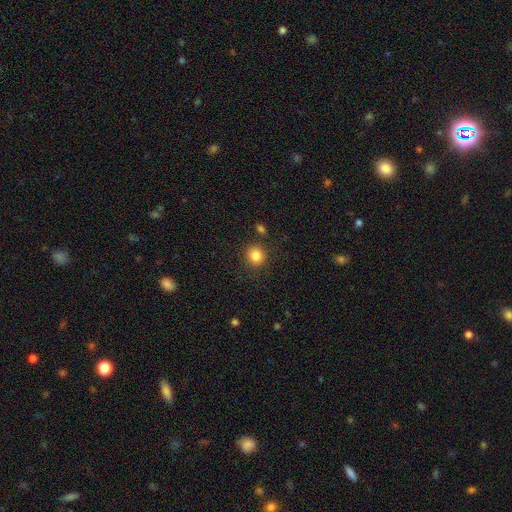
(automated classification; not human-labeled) This appears to be a smooth galaxy with no disk features (84%) that is round (89%). Merging: none (86%).